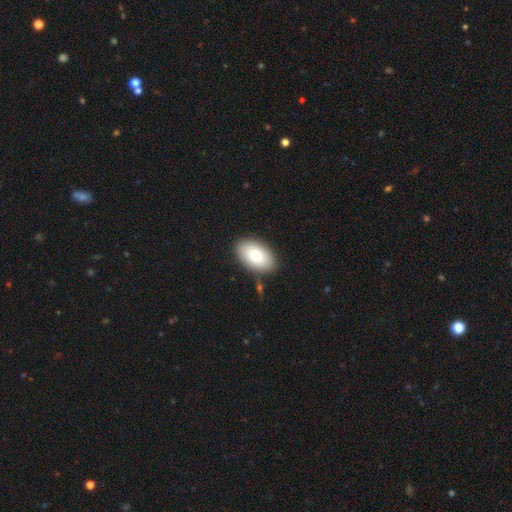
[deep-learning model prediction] A smooth galaxy with no disk features (77%) that is in between round and cigar-shaped (92%).

Vote fractions:
- Smooth or featured? smooth: 77% / featured or disk: 16% / star or artifact: 7%
- How rounded? in between: 92% / round: 6% / cigar-shaped: 1%
- Merging? none: 86% / minor disturbance: 9% / merger: 3% / major disturbance: 2%